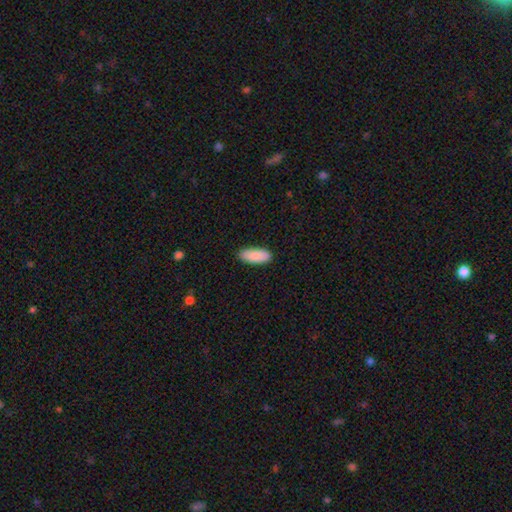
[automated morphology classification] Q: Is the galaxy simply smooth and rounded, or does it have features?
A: smooth — 89%.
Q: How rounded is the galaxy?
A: in between — 82%.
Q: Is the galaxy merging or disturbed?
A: none — 87%.